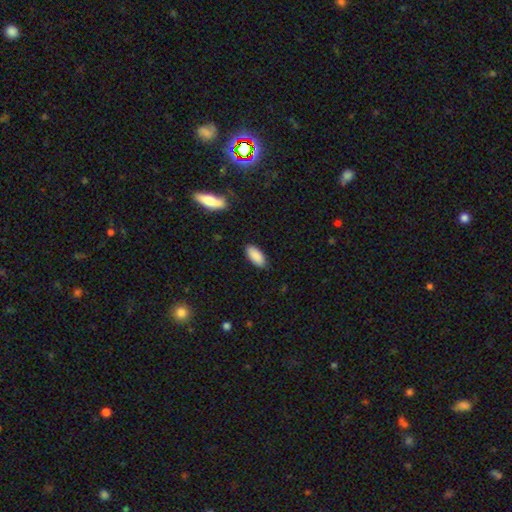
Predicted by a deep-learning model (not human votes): This is clearly a smooth galaxy (90%). How rounded: clearly in between (88%). Merging: clearly none (88%).